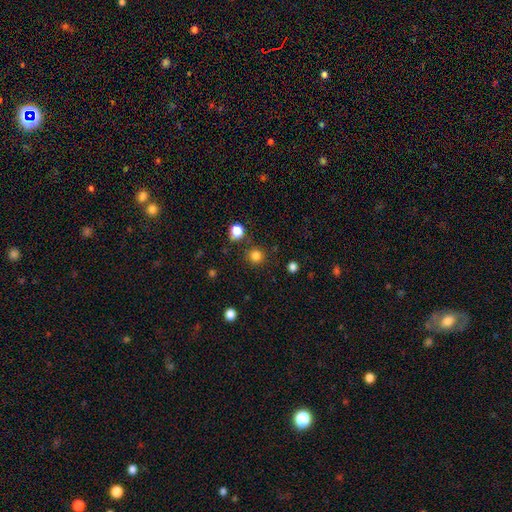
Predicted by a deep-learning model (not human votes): smooth-or-featured: smooth: 81% | star or artifact: 15% | featured or disk: 4%
  how-rounded: round: 94% | in between: 5% | cigar-shaped: 1%
  merging: none: 86% | minor disturbance: 7% | merger: 4% | major disturbance: 3%